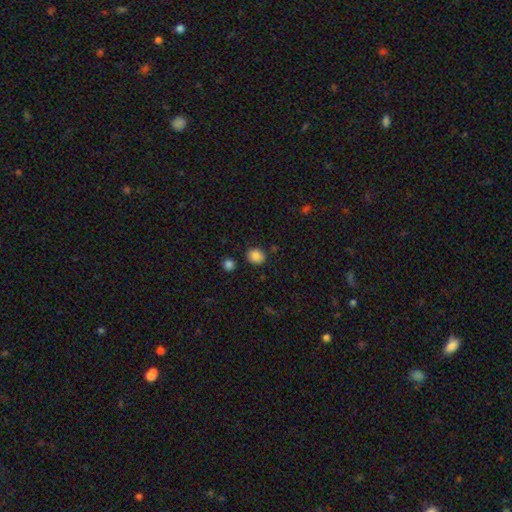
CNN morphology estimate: Smooth or featured? Predicted: smooth (p=0.86). How rounded? Predicted: round (p=0.64). Merging? Predicted: none (p=0.84).